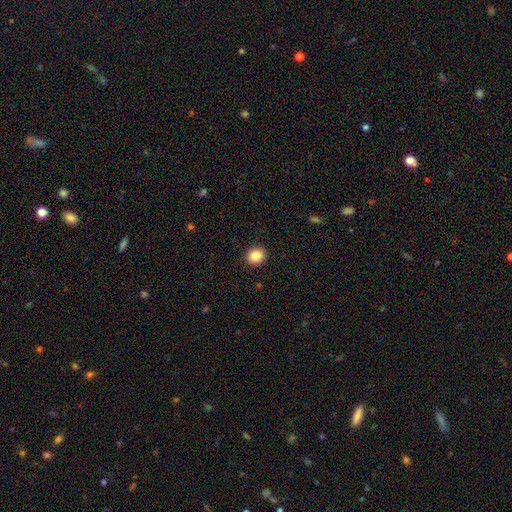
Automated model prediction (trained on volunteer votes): Smooth or featured: smooth — 85% (star or artifact — 10%)
How rounded: round — 76% (in between — 23%)
Merging: none — 92% (minor disturbance — 6%)